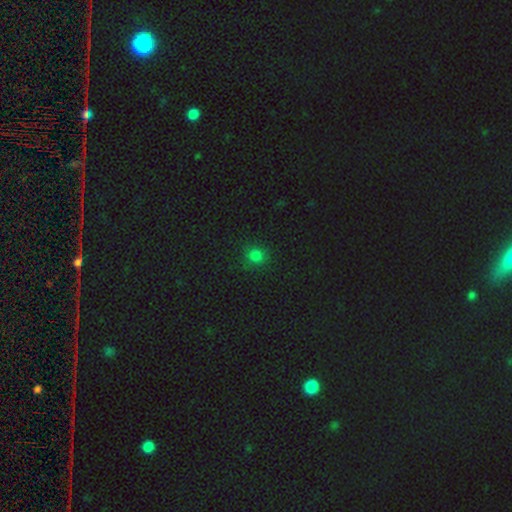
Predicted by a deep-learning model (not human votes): The model was most divided on "smooth or featured": smooth: 78%, star or artifact: 19%, featured or disk: 4%. More confident: how rounded — round (88%); merging — none (87%).